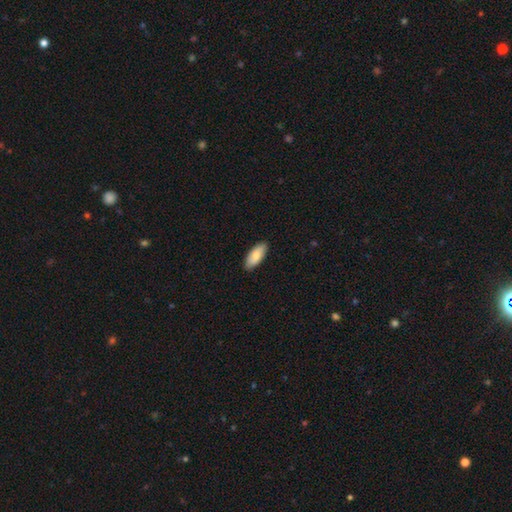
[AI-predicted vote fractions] Morphology: type=smooth (82%); roundness=in between (84%); merging=none (88%).